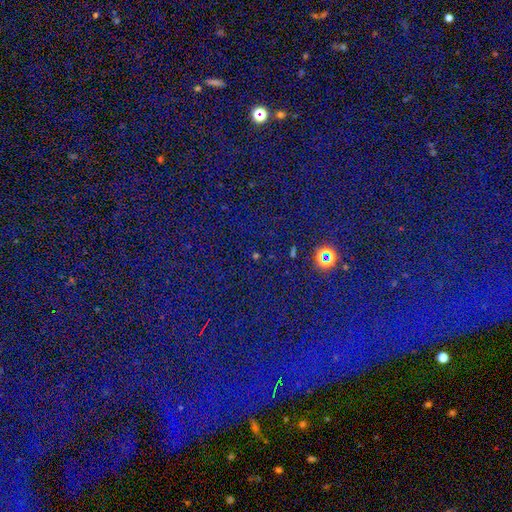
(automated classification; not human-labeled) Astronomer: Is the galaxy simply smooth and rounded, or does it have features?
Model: star or artifact — 82%.